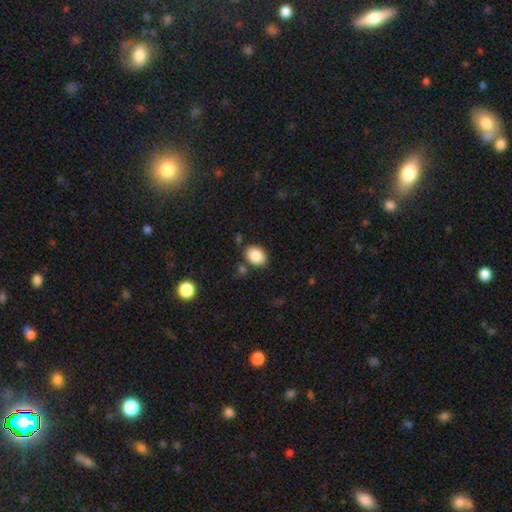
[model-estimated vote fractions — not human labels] smooth 87%, star or artifact 8%, featured or disk 5%. Down the decision tree: how rounded — in between (69%); merging — none (81%).